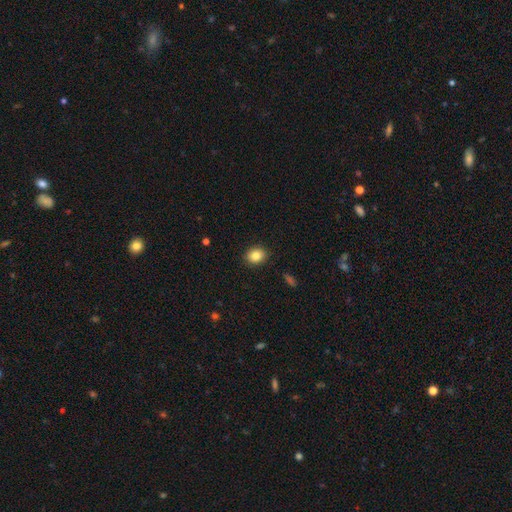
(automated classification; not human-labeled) Q: Smooth or featured?
A: smooth (84%); runner-up: star or artifact (9%)
Q: How rounded?
A: round (57%); runner-up: in between (42%)
Q: Merging?
A: none (90%); runner-up: minor disturbance (7%)